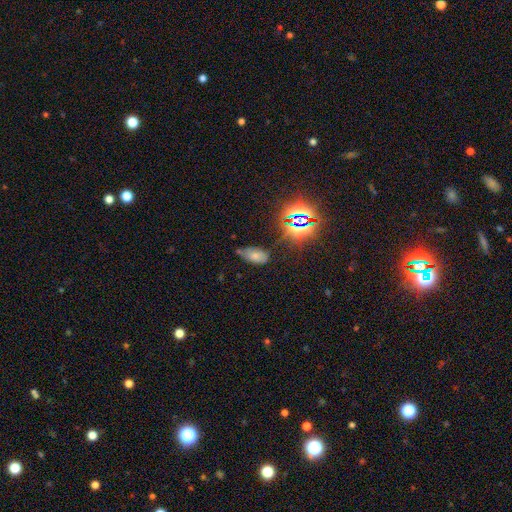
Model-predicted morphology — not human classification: smooth_or_featured: smooth (p=0.63) [alt: star or artifact p=0.24]
how_rounded: in between (p=0.92) [alt: round p=0.05]
merging: none (p=0.53) [alt: minor disturbance p=0.35]